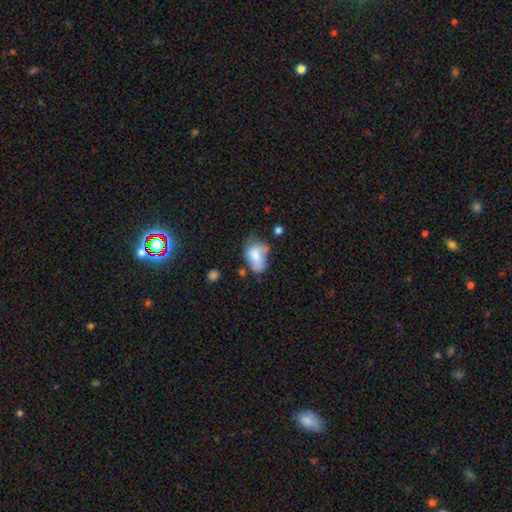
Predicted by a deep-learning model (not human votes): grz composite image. It shows a smooth galaxy with no disk features (70%) that is in between round and cigar-shaped (82%). Merging: none (33%, tied with minor disturbance).